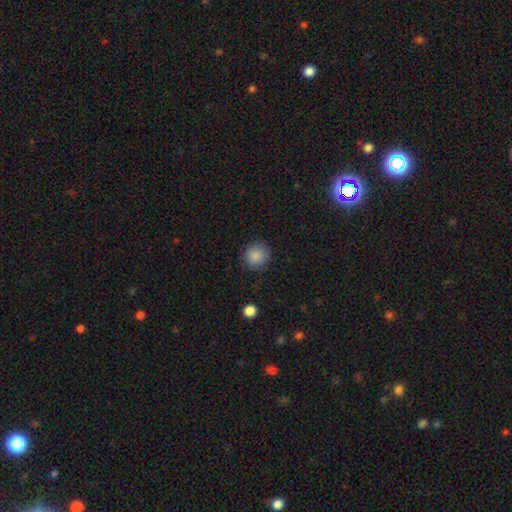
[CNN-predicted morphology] Smooth or featured? smooth (87%)
How rounded? round (92%)
Merging? none (87%)